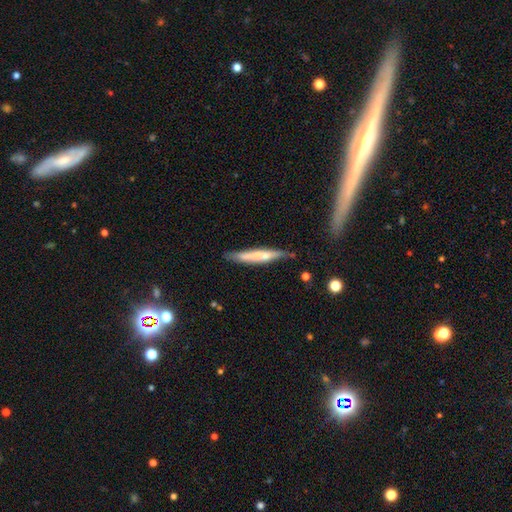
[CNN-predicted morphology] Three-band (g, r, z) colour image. It shows a smooth galaxy with no disk features (55%) that is cigar-shaped (93%). Merging: none (73%).